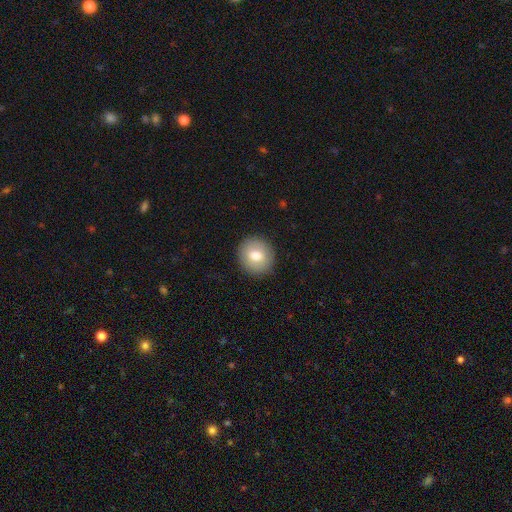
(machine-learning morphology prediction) Smooth or featured?
  - smooth: 76% *
  - featured or disk: 16%
  - star or artifact: 8%
How rounded?
  - round: 87% *
  - in between: 12%
  - cigar-shaped: 1%
Merging?
  - none: 91% *
  - minor disturbance: 6%
  - major disturbance: 2%
  - merger: 1%